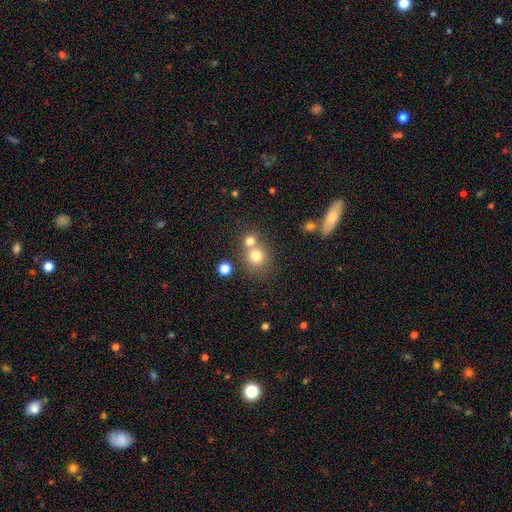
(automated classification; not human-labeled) Q: Smooth or featured?
A: smooth (76%); runner-up: star or artifact (13%)
Q: How rounded?
A: round (85%); runner-up: in between (14%)
Q: Merging?
A: none (49%); runner-up: merger (41%)